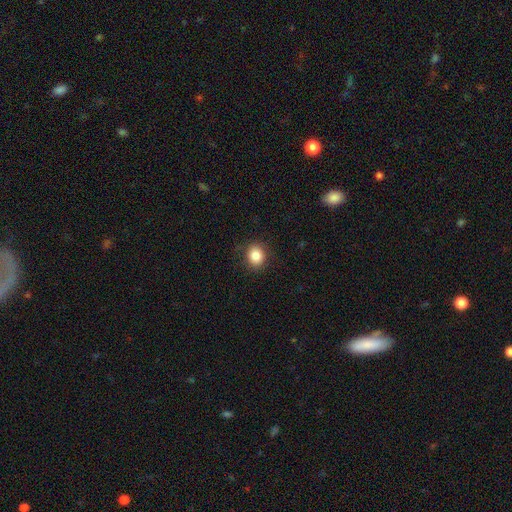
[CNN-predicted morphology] Smooth or featured? Predicted: smooth (p=0.85). How rounded? Predicted: round (p=0.77). Merging? Predicted: none (p=0.87).